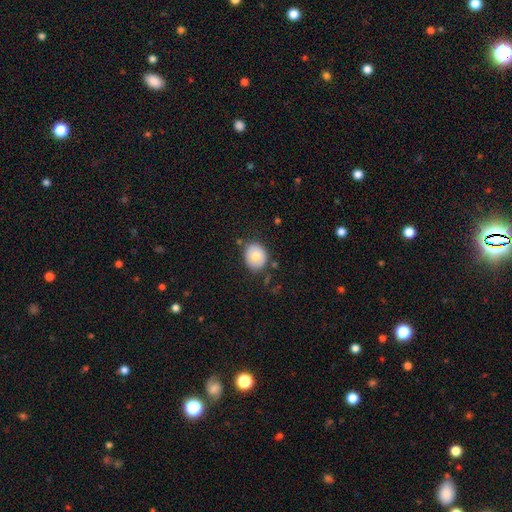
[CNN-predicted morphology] smooth_or_featured: smooth (p=0.72) [alt: featured or disk p=0.20]
how_rounded: round (p=0.63) [alt: in between p=0.36]
merging: none (p=0.79) [alt: minor disturbance p=0.14]